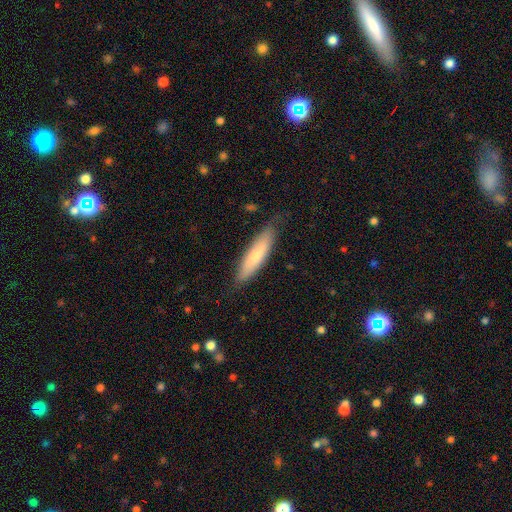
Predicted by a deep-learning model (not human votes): Morphology: type=smooth (68%); roundness=cigar-shaped (74%); merging=none (79%).